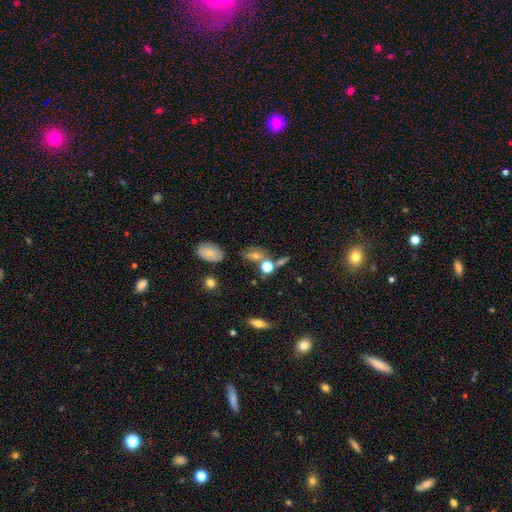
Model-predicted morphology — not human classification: Overall: smooth (60%; star or artifact 21%). How rounded: in between (55%; round 39%). Merging: none (53%; merger 24%).